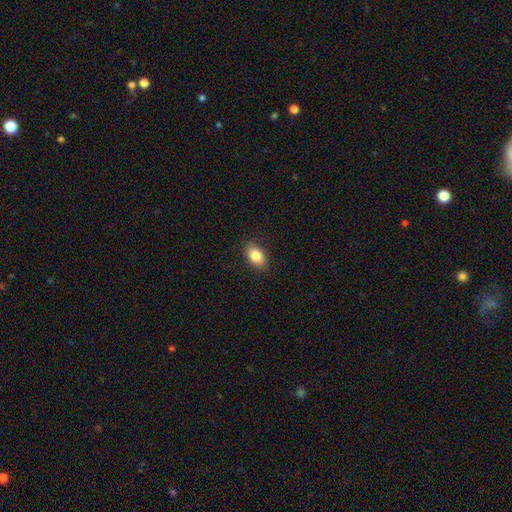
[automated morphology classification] Smooth or featured: smooth — 84% (featured or disk — 8%)
How rounded: in between — 88% (round — 10%)
Merging: none — 88% (minor disturbance — 9%)